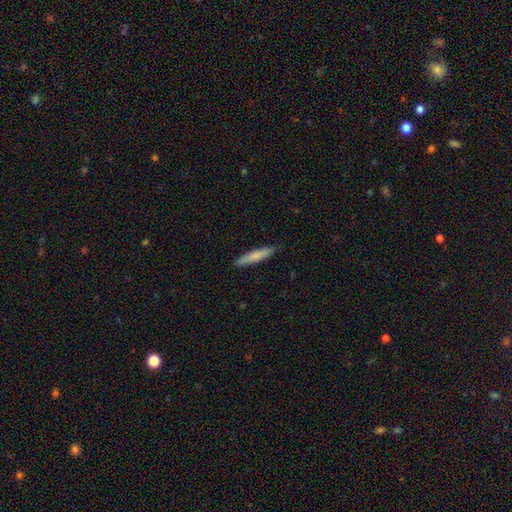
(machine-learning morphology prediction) Smooth or featured? Predicted: smooth (p=0.78). How rounded? Predicted: cigar-shaped (p=0.91). Merging? Predicted: none (p=0.89).